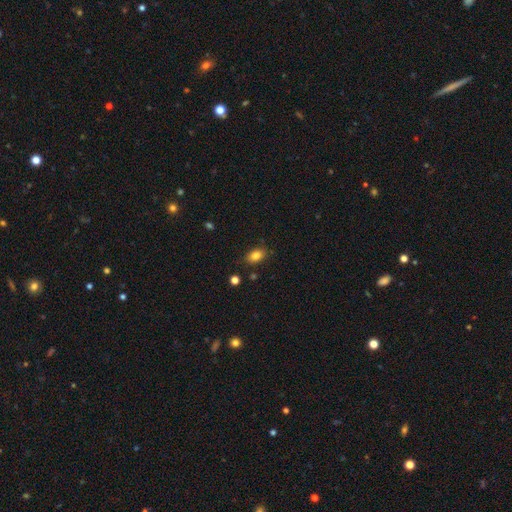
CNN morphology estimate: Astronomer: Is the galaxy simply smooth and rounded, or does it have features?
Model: smooth — 83%.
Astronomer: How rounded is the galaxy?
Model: in between — 84%.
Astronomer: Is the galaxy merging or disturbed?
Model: none — 84%.